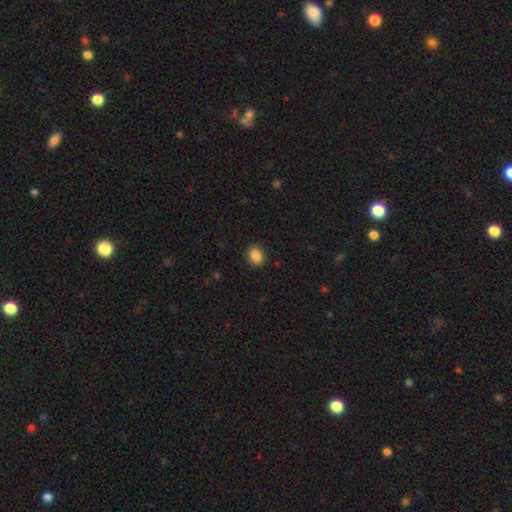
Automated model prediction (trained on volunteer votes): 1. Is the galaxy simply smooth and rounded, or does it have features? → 88% smooth, 8% star or artifact, 4% featured or disk.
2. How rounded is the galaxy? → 70% in between, 29% round, 1% cigar-shaped.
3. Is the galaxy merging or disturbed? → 89% none, 8% minor disturbance, 2% major disturbance, 1% merger.